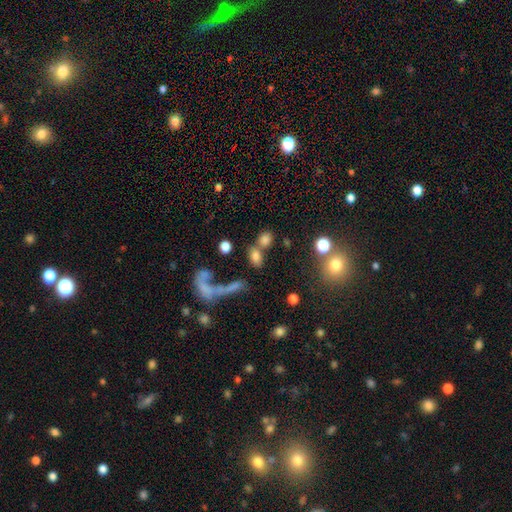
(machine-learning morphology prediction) type=smooth (74%); roundness=in between (75%); merging=none (46%).